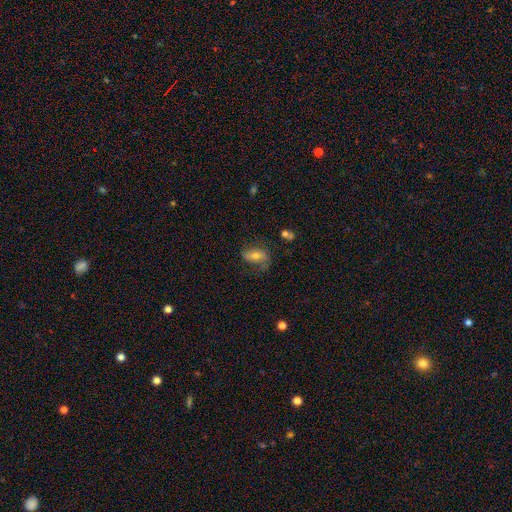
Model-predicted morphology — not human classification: Smooth or featured: featured or disk — 46% (smooth — 43%)
Merging: none — 59% (minor disturbance — 24%)